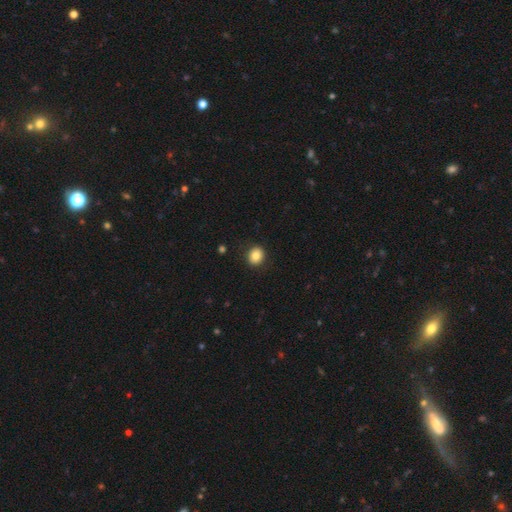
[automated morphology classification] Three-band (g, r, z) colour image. It shows a smooth galaxy with no disk features (83%) that is round (76%). Merging: none (88%).